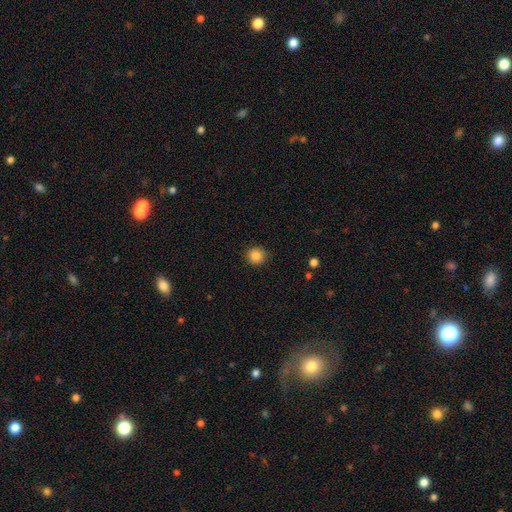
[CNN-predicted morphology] type=smooth (85%); roundness=round (91%); merging=none (91%).